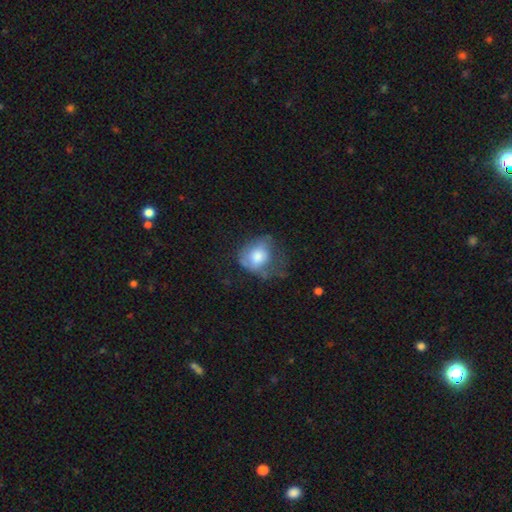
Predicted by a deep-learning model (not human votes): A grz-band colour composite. It shows a smooth galaxy with no disk features (68%) that is round (56%). Merging: major disturbance (35%).